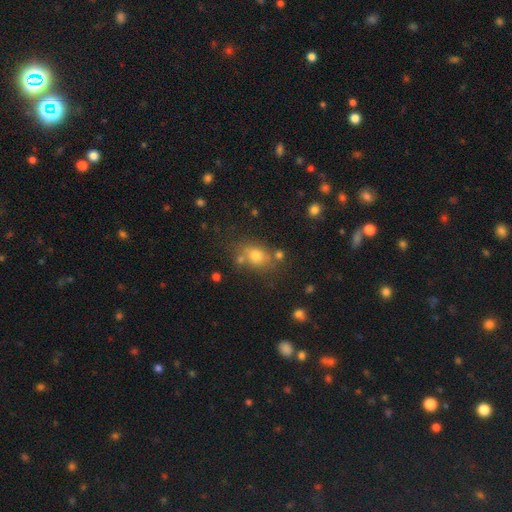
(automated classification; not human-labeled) Overall: smooth (72%). How rounded: in between (61%; round 37%). Merging: none (66%).